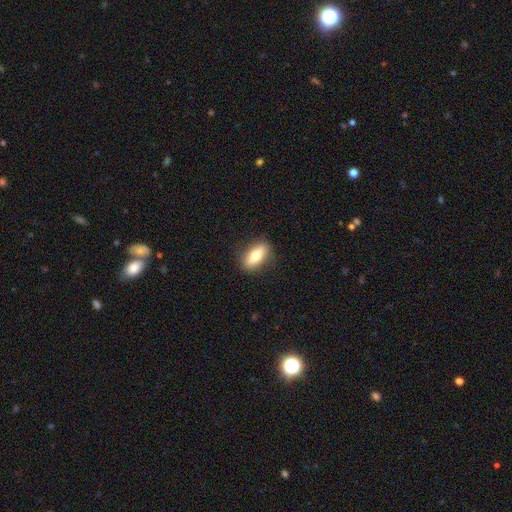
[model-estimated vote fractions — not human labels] Q: Smooth or featured?
A: smooth (71%); runner-up: featured or disk (22%)
Q: How rounded?
A: in between (76%); runner-up: cigar-shaped (19%)
Q: Merging?
A: none (85%); runner-up: minor disturbance (11%)